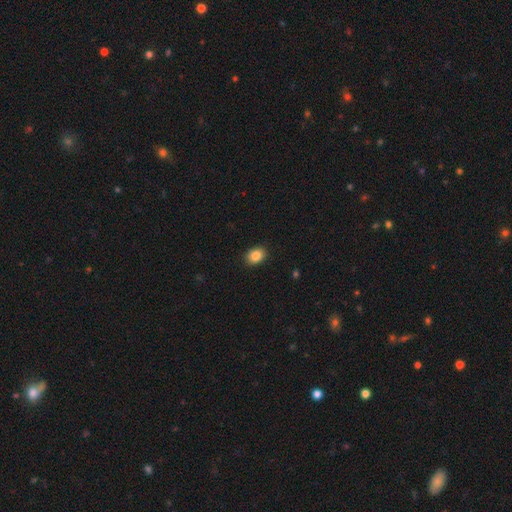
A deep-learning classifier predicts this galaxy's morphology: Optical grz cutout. It shows a smooth galaxy with no disk features (86%) that is in between round and cigar-shaped (69%). Merging: none (90%).